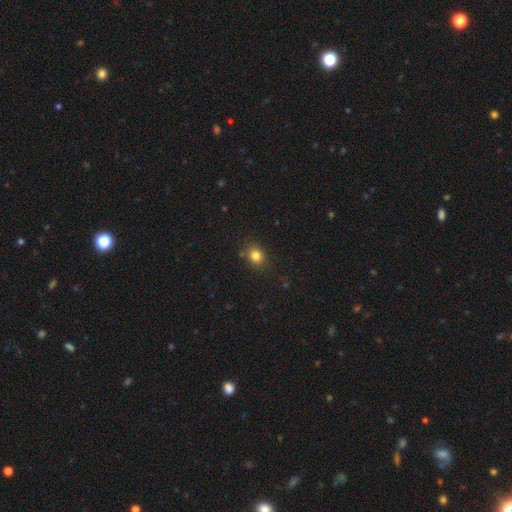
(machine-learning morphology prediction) This is clearly a smooth galaxy (82%). How rounded: likely round (65%). Merging: clearly none (82%).